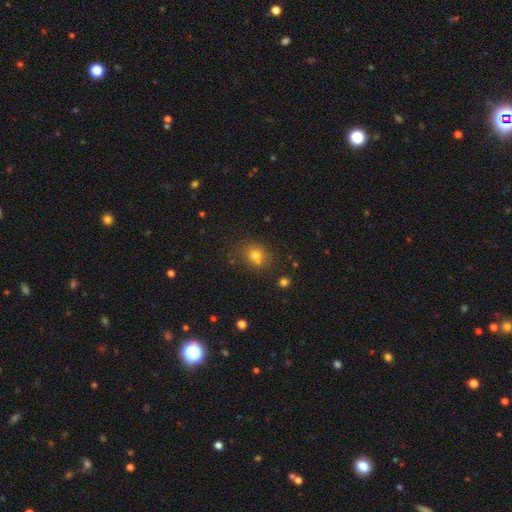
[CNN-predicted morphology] smooth-or-featured: smooth: 73% | star or artifact: 15% | featured or disk: 12%
  how-rounded: round: 58% | in between: 41% | cigar-shaped: 1%
  merging: none: 60% | merger: 18% | minor disturbance: 16% | major disturbance: 5%